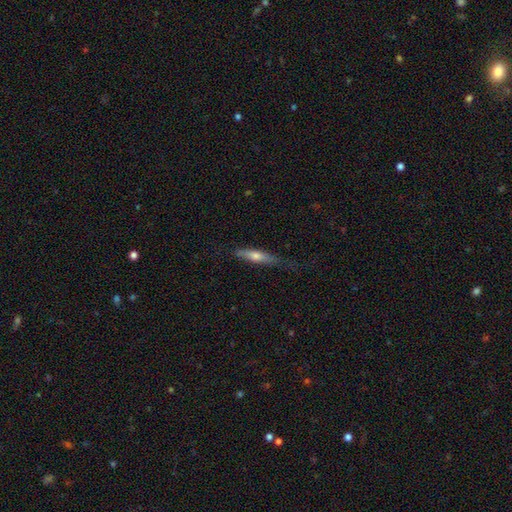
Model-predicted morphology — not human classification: A featured or disk galaxy (51%) viewed edge-on (92%). Merging: none (70%).